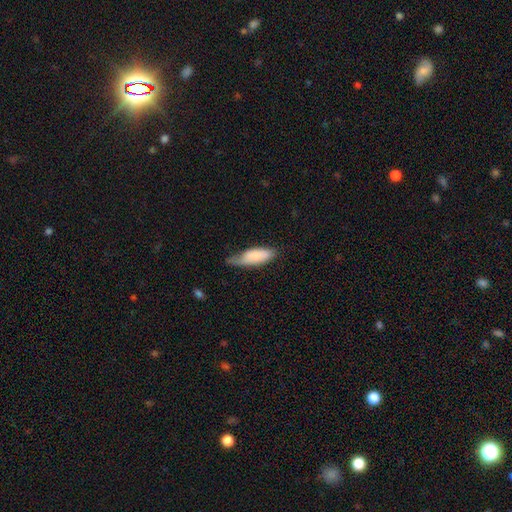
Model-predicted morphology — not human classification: A smooth galaxy with no disk features (76%) that is in between round and cigar-shaped (70%).

Vote fractions:
- Smooth or featured? smooth: 76% / featured or disk: 19% / star or artifact: 6%
- How rounded? in between: 70% / cigar-shaped: 28% / round: 2%
- Merging? minor disturbance: 44% / none: 40% / major disturbance: 13% / merger: 3%